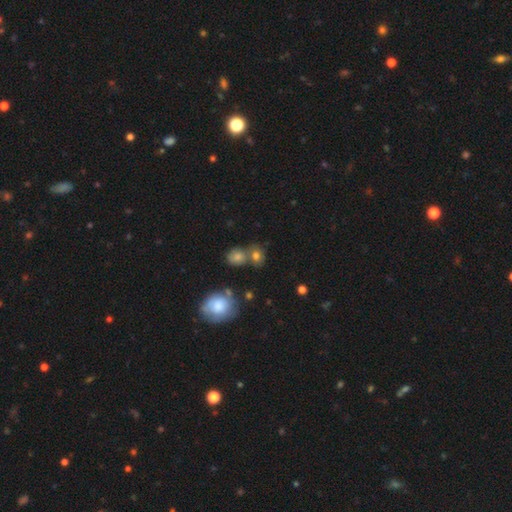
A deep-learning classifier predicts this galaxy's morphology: Smooth or featured? smooth (40%)
Merging? none (60%)